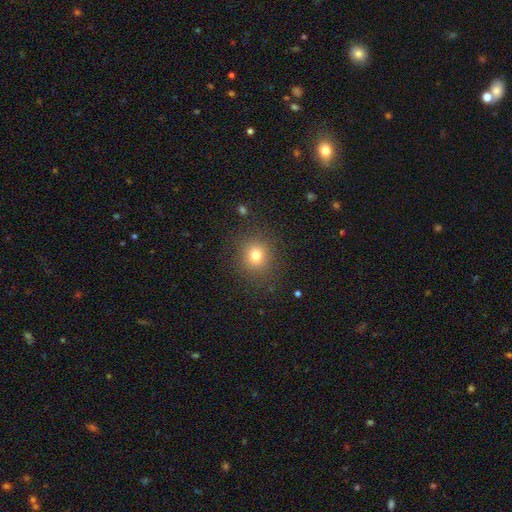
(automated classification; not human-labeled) This is likely a smooth galaxy (76%). How rounded: clearly round (86%). Merging: clearly none (87%).